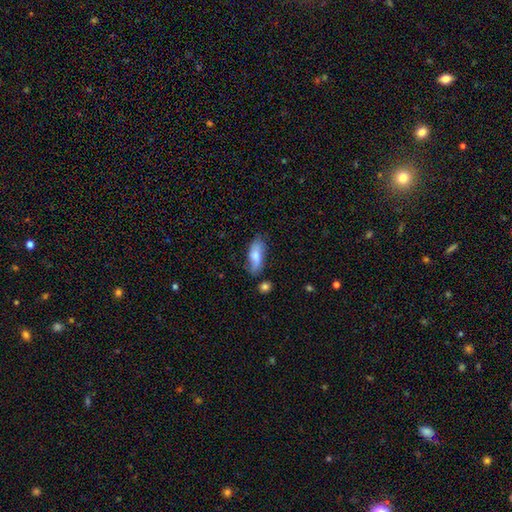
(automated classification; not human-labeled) The model was most divided on "merging": none: 66%, minor disturbance: 24%, major disturbance: 6%, merger: 4%. More confident: how rounded — in between (77%); smooth or featured — smooth (70%).